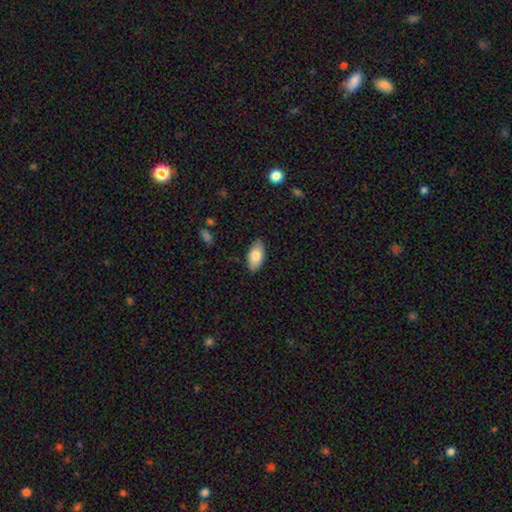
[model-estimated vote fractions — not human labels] Smooth or featured? smooth (80%)
How rounded? in between (92%)
Merging? none (85%)